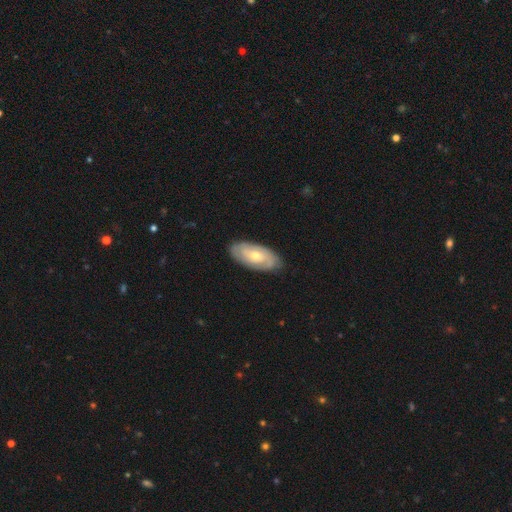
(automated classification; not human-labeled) A featured or disk galaxy (62%) with no bar (70%), spiral arms (78%) and a moderate central bulge (54%). Merging: none (83%).